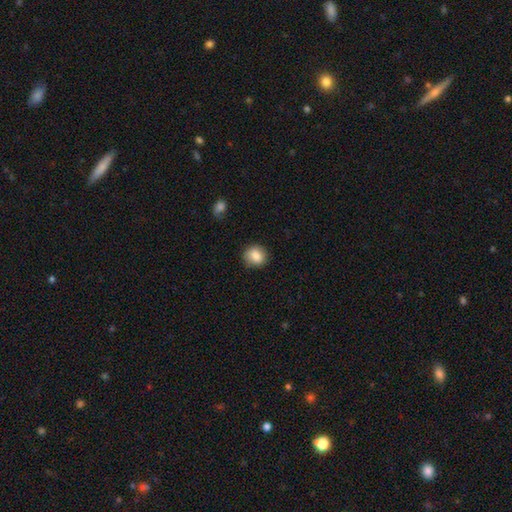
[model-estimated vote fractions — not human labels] A smooth galaxy with no disk features (85%) that is round (80%).

Vote fractions:
- Smooth or featured? smooth: 85% / star or artifact: 9% / featured or disk: 6%
- How rounded? round: 80% / in between: 19% / cigar-shaped: 1%
- Merging? none: 83% / minor disturbance: 12% / major disturbance: 3% / merger: 1%